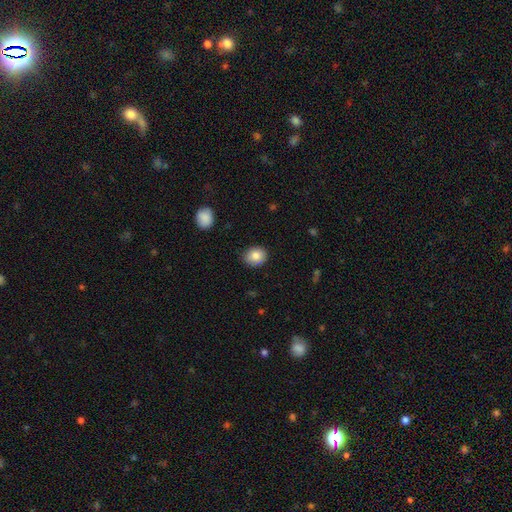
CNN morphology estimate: The model was most divided on "how rounded": round: 60%, in between: 39%, cigar-shaped: 1%. More confident: smooth or featured — smooth (84%); merging — none (83%).